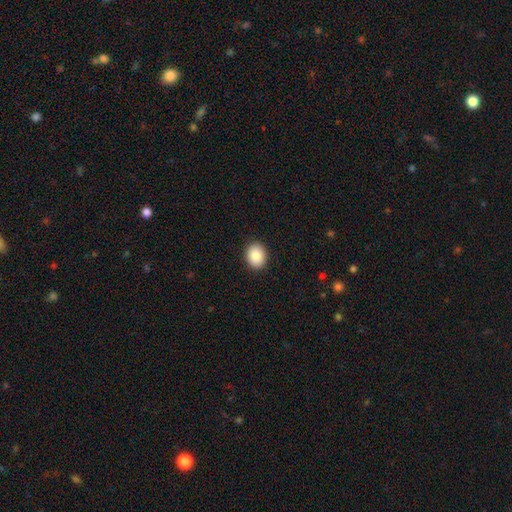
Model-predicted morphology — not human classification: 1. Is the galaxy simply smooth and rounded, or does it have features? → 88% smooth, 7% star or artifact, 4% featured or disk.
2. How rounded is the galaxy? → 54% in between, 45% round, 1% cigar-shaped.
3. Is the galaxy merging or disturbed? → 91% none, 7% minor disturbance, 2% major disturbance, 1% merger.